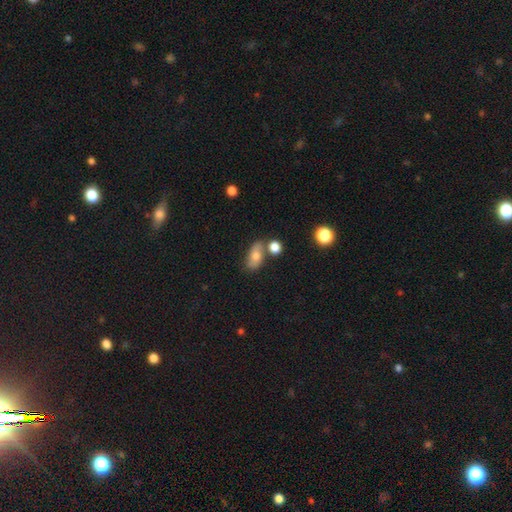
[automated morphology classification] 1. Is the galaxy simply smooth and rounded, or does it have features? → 69% smooth, 22% featured or disk, 10% star or artifact.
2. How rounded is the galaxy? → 83% in between, 12% round, 5% cigar-shaped.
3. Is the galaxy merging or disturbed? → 58% none, 20% merger, 17% minor disturbance, 6% major disturbance.